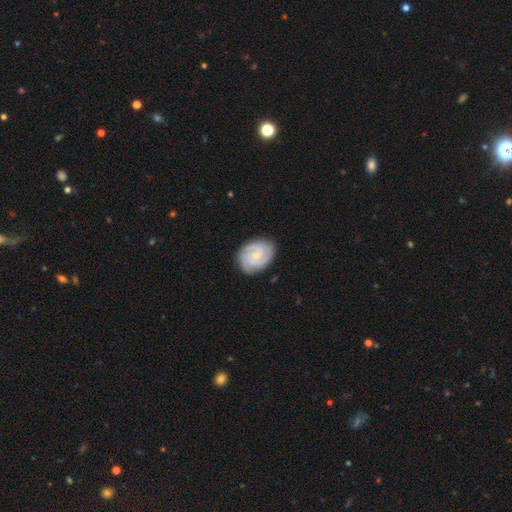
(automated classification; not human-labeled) Morphology: type=featured or disk (77%); edge-on=no (98%); bar=no (63%); spiral arms=yes (97%); winding=tight (60%); arm count=3 (47%); bulge=small (66%); merging=none (83%).